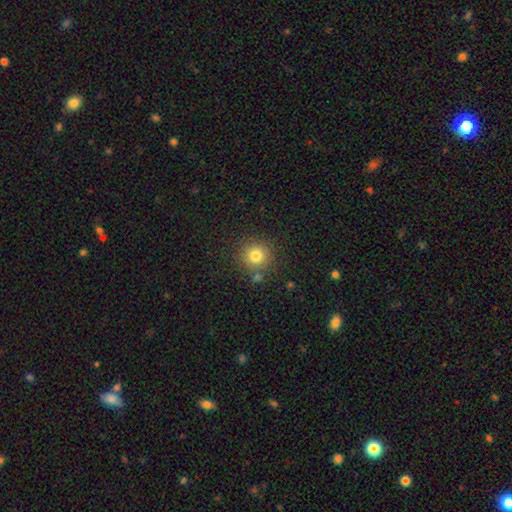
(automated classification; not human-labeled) This appears to be a smooth galaxy with no disk features (80%) that is round (93%). Merging: none (81%).